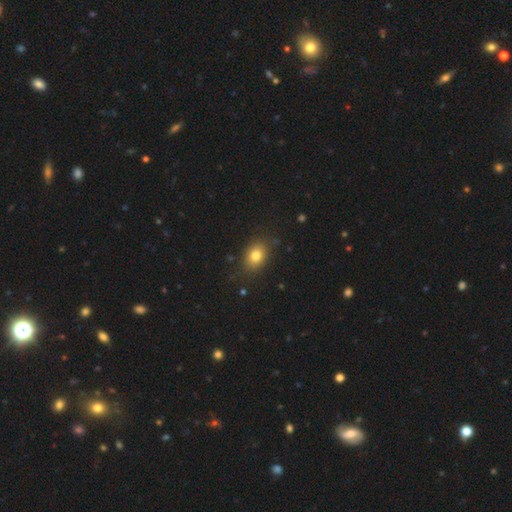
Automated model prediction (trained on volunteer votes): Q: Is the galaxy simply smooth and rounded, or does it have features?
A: smooth — 80%.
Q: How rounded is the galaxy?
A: in between — 68%.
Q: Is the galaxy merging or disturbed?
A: none — 81%.